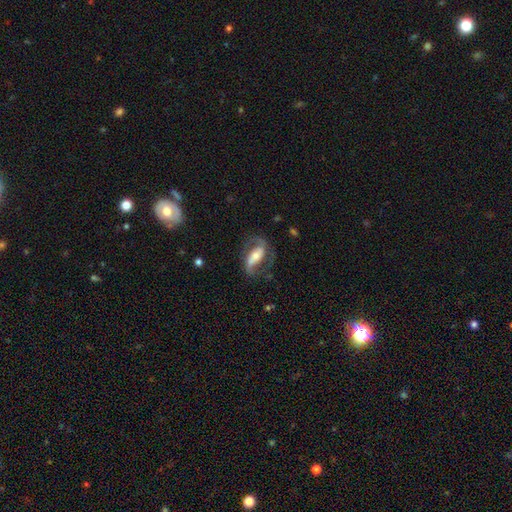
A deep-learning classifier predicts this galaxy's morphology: This appears to be a featured or disk galaxy (80%) with a strong bar (49%), 2 (88%) medium (47%) spiral arms (92%) and a moderate central bulge (48%). Merging: none (70%).